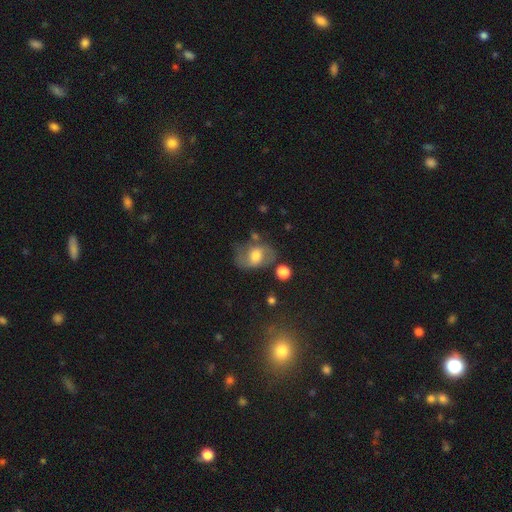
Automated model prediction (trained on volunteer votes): Overall: featured or disk (48%; smooth 43%). Merging: none (54%; minor disturbance 25%).